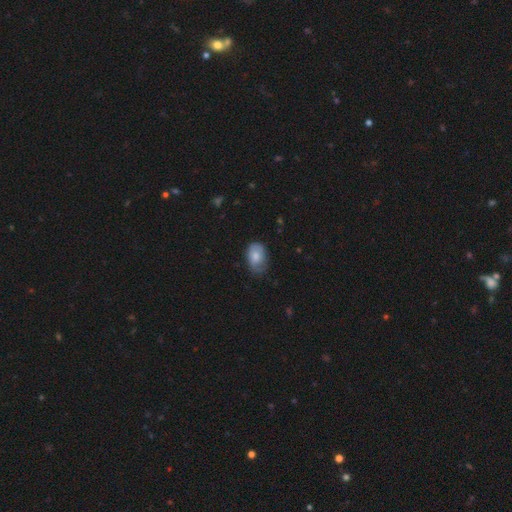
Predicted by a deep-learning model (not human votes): smooth_or_featured: smooth (p=0.70) [alt: featured or disk p=0.23]
how_rounded: in between (p=0.83) [alt: round p=0.16]
merging: none (p=0.57) [alt: minor disturbance p=0.33]